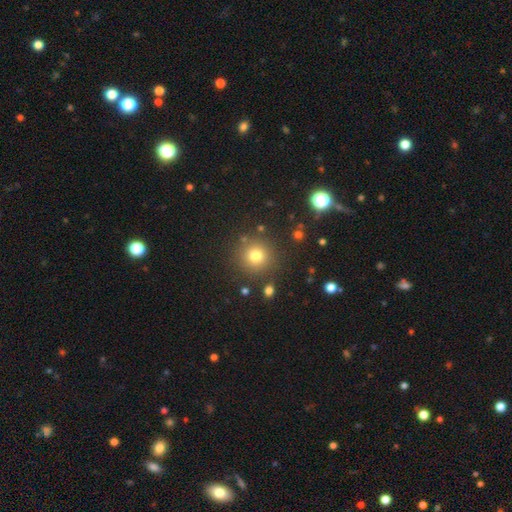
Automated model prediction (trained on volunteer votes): Morphology: type=smooth (76%); roundness=round (95%); merging=none (87%).